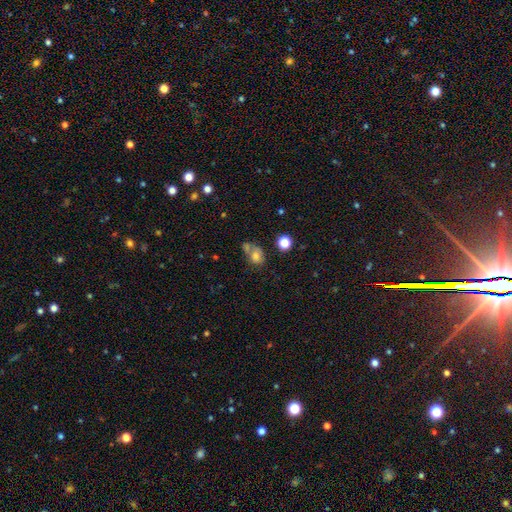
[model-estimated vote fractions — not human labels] smooth_or_featured: smooth (p=0.71) [alt: featured or disk p=0.16]
how_rounded: round (p=0.52) [alt: in between p=0.46]
merging: merger (p=0.38) [tied with: none p=0.38]